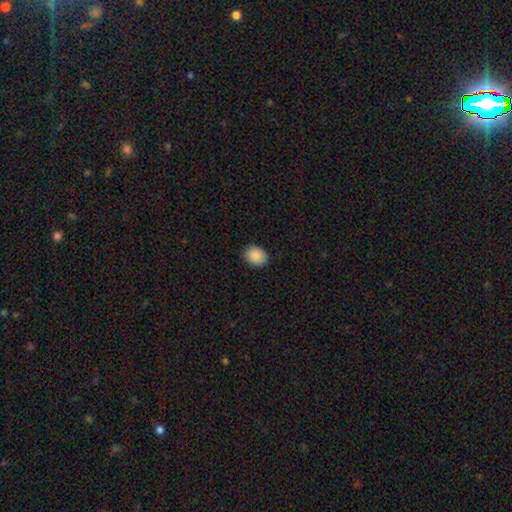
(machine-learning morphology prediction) Overall: smooth (89%). How rounded: in between (59%; round 40%). Merging: none (88%).